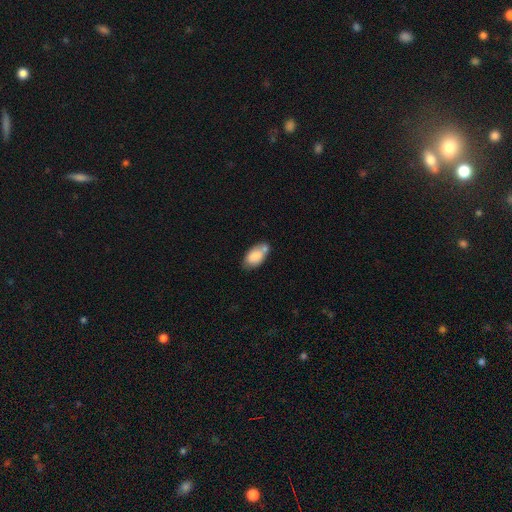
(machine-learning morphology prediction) smooth 79%, featured or disk 13%, star or artifact 7%. Down the decision tree: how rounded — in between (92%); merging — none (46%).